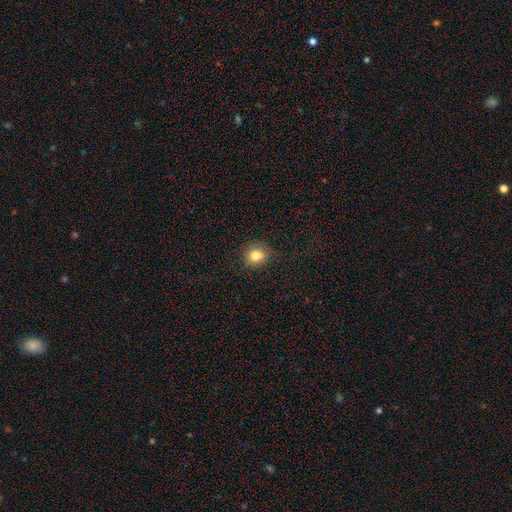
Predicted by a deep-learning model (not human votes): The model was most divided on "how rounded": round: 65%, in between: 33%, cigar-shaped: 1%. More confident: smooth or featured — smooth (81%); merging — none (80%).